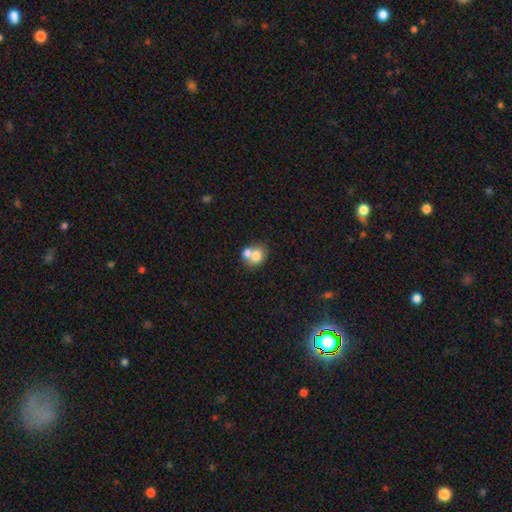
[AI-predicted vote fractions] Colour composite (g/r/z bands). It shows a smooth galaxy with no disk features (72%) that is round (56%). Merging: merger (58%).